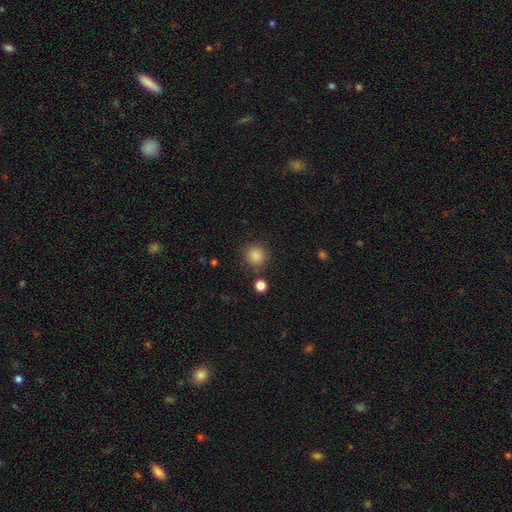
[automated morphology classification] This is clearly a smooth galaxy (86%). How rounded: clearly round (93%). Merging: clearly none (86%).